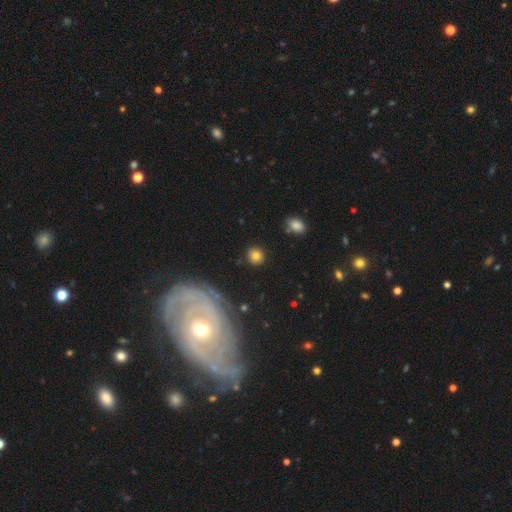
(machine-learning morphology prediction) Smooth or featured: smooth — 78% (featured or disk — 11%)
How rounded: round — 89% (in between — 10%)
Merging: none — 87% (minor disturbance — 8%)